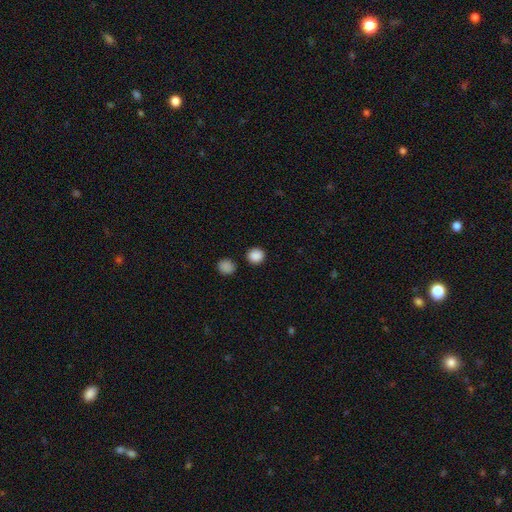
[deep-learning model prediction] Smooth or featured?
  - smooth: 87% *
  - star or artifact: 10%
  - featured or disk: 3%
How rounded?
  - round: 88% *
  - in between: 11%
  - cigar-shaped: 1%
Merging?
  - none: 87% *
  - minor disturbance: 6%
  - merger: 4%
  - major disturbance: 2%